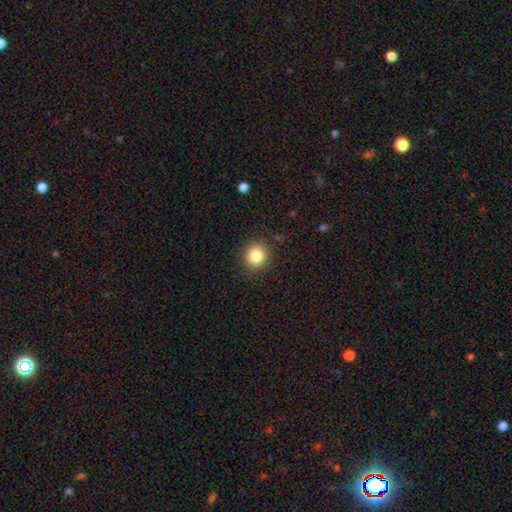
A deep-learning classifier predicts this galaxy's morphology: Smooth or featured: smooth — 84% (star or artifact — 10%)
How rounded: round — 87% (in between — 12%)
Merging: none — 89% (minor disturbance — 7%)